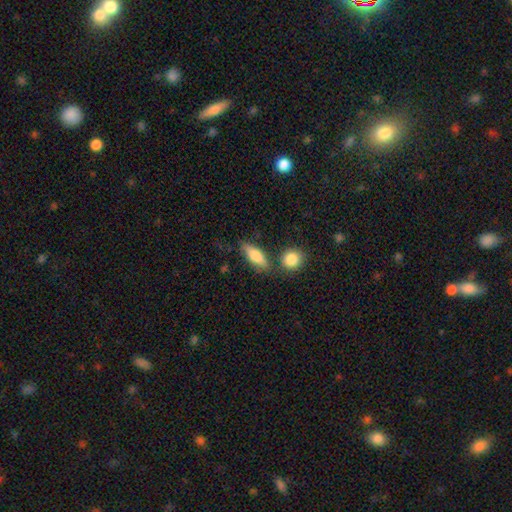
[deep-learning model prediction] This is likely a smooth galaxy (76%). How rounded: likely in between (64%). Merging: likely none (70%).